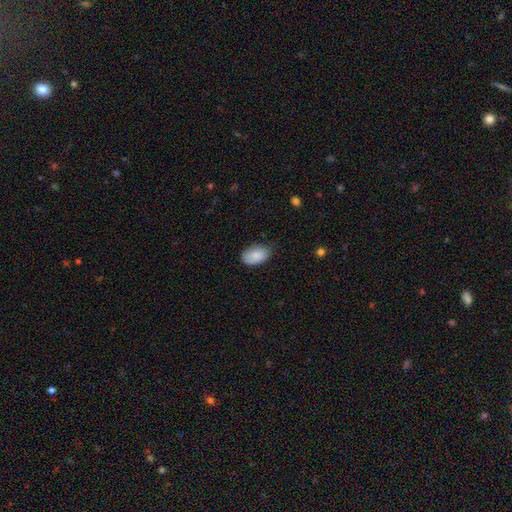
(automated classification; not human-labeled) This is clearly a smooth galaxy (88%). How rounded: clearly in between (93%). Merging: likely none (70%).